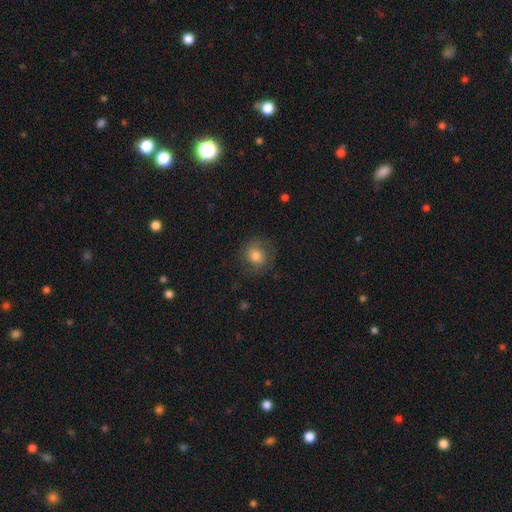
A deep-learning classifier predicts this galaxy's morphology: The model was most divided on "merging": none: 74%, minor disturbance: 17%, major disturbance: 8%, merger: 1%. More confident: how rounded — round (81%); smooth or featured — smooth (76%).